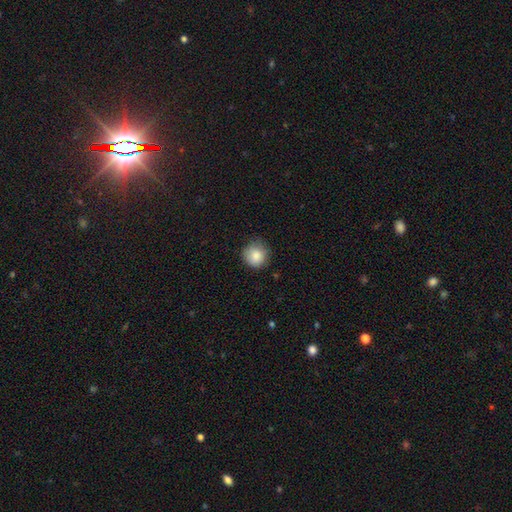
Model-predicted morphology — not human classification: type=smooth (86%); roundness=round (92%); merging=none (75%).